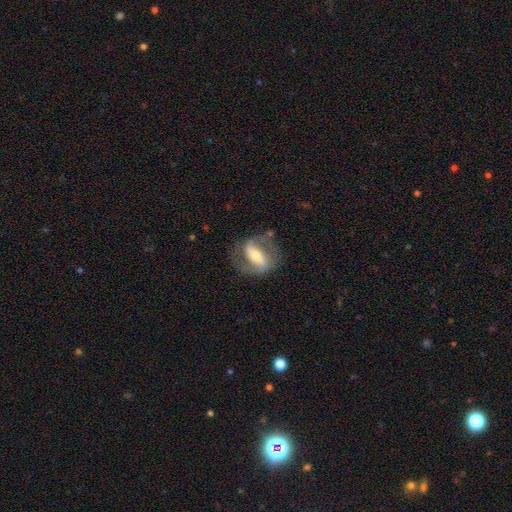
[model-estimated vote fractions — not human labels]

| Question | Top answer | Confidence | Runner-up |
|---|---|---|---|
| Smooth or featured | featured or disk | 75% | smooth (19%) |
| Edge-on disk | no | 91% | yes (9%) |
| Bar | strong | 64% | weak (23%) |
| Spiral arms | yes | 77% | no (23%) |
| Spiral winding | medium | 46% | tight (29%) |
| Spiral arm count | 2 | 83% | can't tell (9%) |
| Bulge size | moderate | 54% | small (35%) |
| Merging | none | 70% | minor disturbance (16%) |